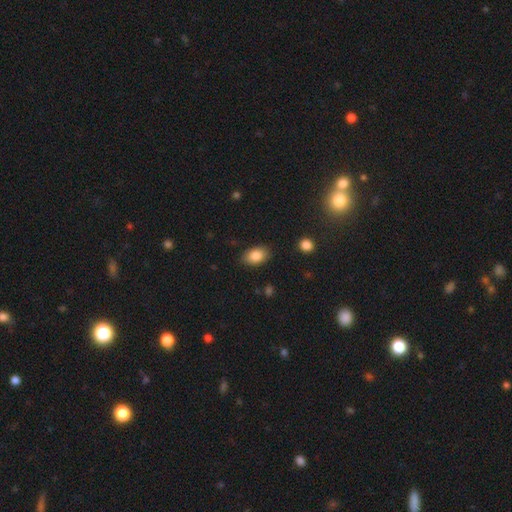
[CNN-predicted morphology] Smooth or featured: smooth — 85% (star or artifact — 8%)
How rounded: in between — 85% (round — 14%)
Merging: none — 84% (minor disturbance — 12%)